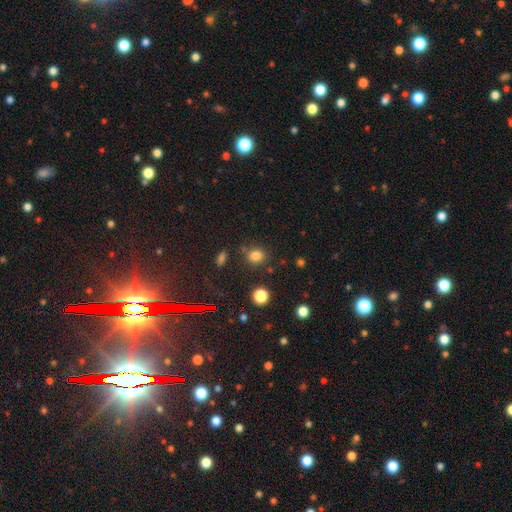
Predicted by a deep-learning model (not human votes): Q: Smooth or featured?
A: smooth (78%); runner-up: star or artifact (16%)
Q: How rounded?
A: round (72%); runner-up: in between (27%)
Q: Merging?
A: none (78%); runner-up: minor disturbance (12%)